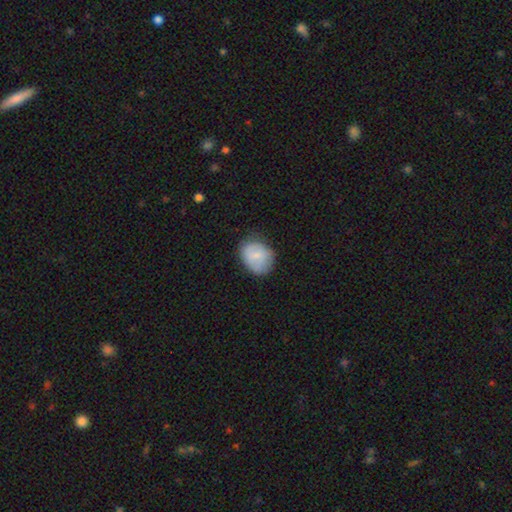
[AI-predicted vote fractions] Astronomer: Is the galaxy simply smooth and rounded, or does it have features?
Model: smooth — 73%.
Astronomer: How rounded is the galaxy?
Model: in between — 50% (runner-up: round, 49%).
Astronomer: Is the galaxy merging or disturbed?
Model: none — 65%.